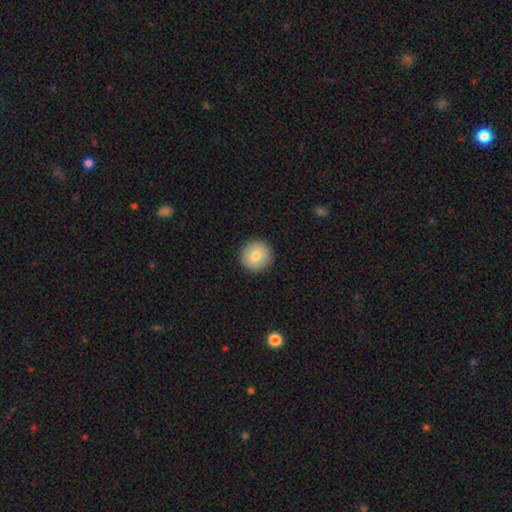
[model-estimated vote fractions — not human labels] Smooth or featured? Predicted: smooth (p=0.82). How rounded? Predicted: round (p=0.94). Merging? Predicted: none (p=0.92).